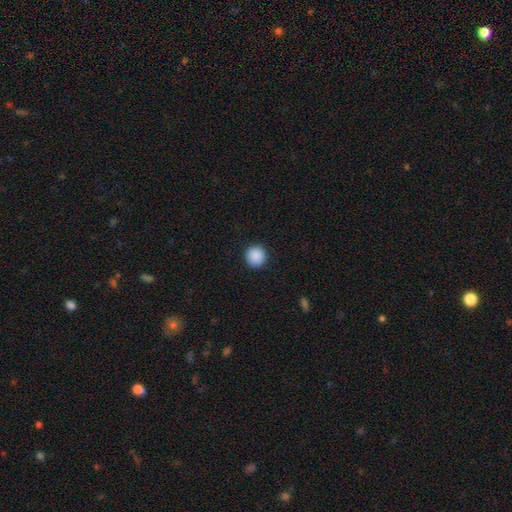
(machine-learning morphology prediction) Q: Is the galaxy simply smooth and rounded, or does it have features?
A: smooth — 90%.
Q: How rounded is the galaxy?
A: round — 95%.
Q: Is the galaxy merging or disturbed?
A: none — 92%.